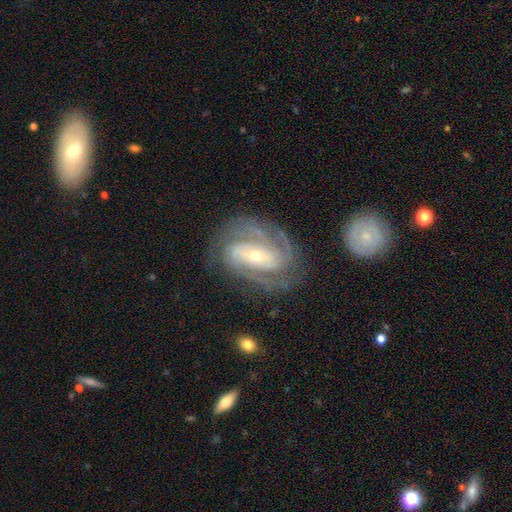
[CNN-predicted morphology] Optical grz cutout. It shows a featured or disk galaxy (89%) with no bar (36%), 2 (39%) tight (59%) spiral arms (97%) and a small central bulge (64%). Merging: none (73%).